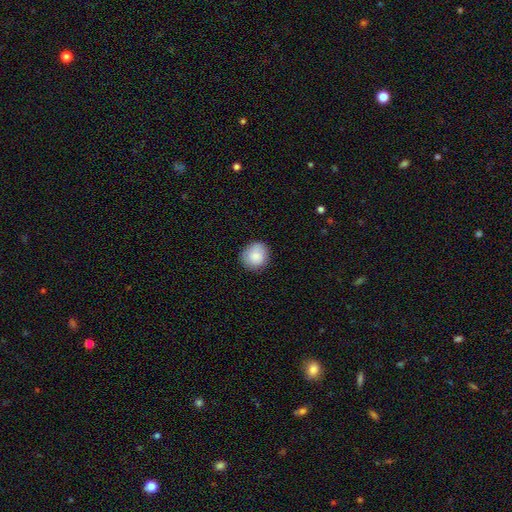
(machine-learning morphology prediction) smooth-or-featured: smooth: 86% | featured or disk: 7% | star or artifact: 7%
  how-rounded: round: 86% | in between: 13% | cigar-shaped: 1%
  merging: none: 85% | minor disturbance: 12% | major disturbance: 2% | merger: 1%